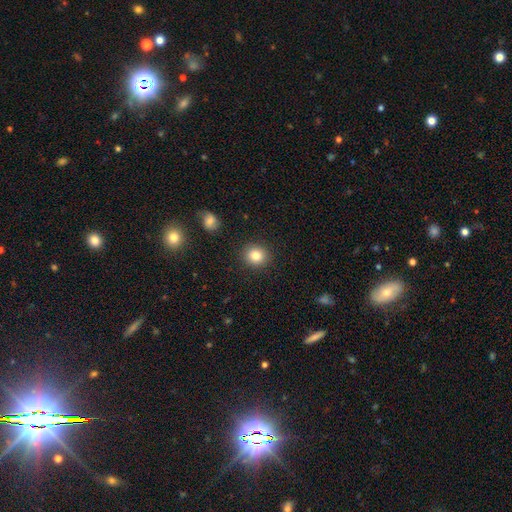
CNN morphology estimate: smooth_or_featured: smooth (p=0.83) [alt: star or artifact p=0.11]
how_rounded: round (p=0.86) [alt: in between p=0.13]
merging: none (p=0.91) [alt: minor disturbance p=0.06]